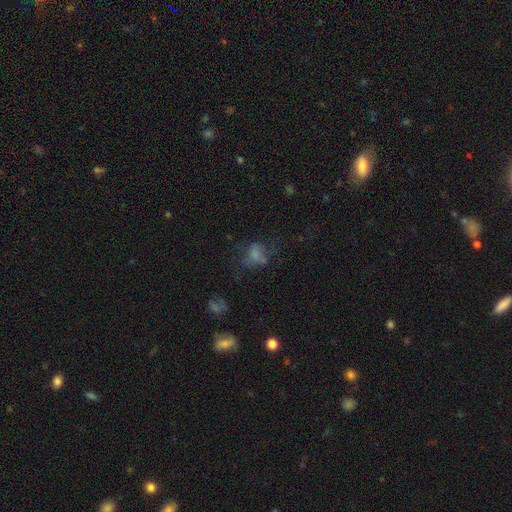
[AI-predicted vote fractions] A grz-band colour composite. It shows a smooth galaxy with no disk features (48%). Merging: none (46%).